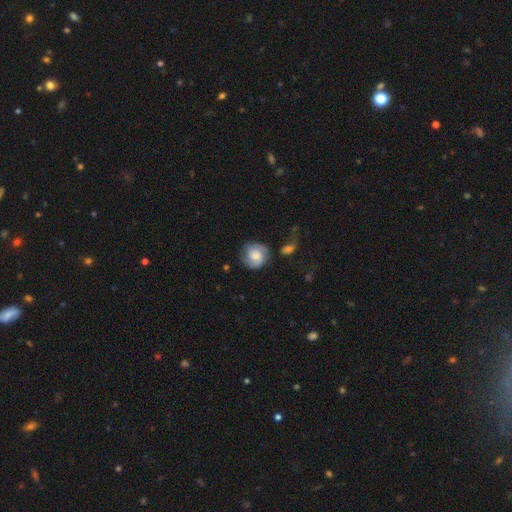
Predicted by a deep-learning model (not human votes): smooth_or_featured: smooth (p=0.58) [alt: featured or disk p=0.34]
how_rounded: round (p=0.86) [alt: in between p=0.13]
merging: none (p=0.62) [alt: minor disturbance p=0.22]